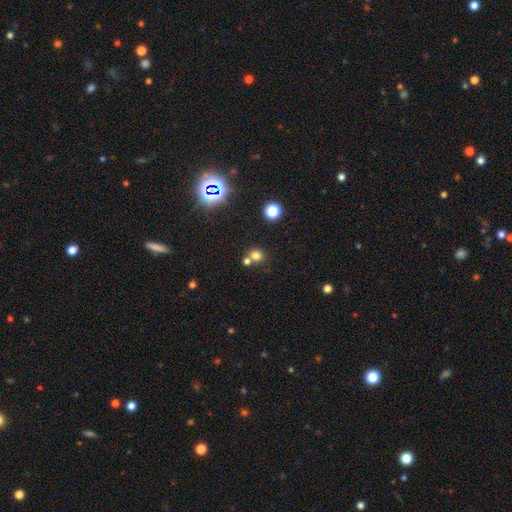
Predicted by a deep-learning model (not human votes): A smooth galaxy with no disk features (72%) that is round (79%). Merging: none (51%).